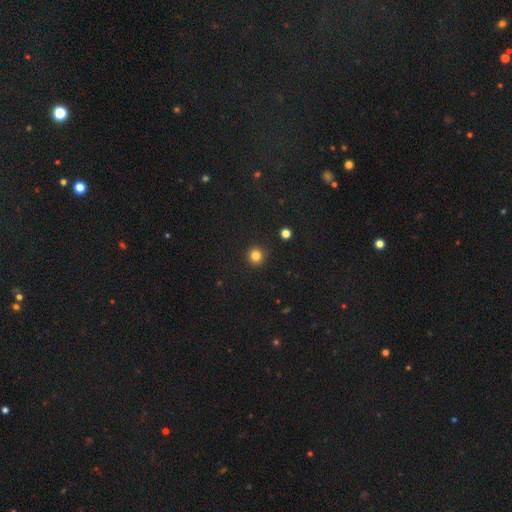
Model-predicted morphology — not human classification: smooth-or-featured: smooth: 82% | star or artifact: 13% | featured or disk: 5%
  how-rounded: round: 94% | in between: 5% | cigar-shaped: 1%
  merging: none: 92% | minor disturbance: 5% | major disturbance: 2% | merger: 1%